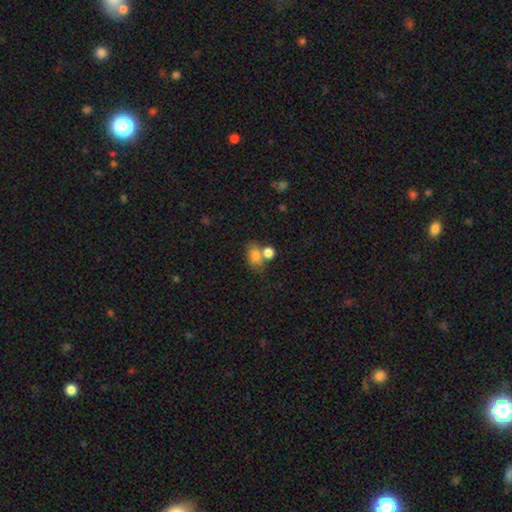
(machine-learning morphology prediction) Q: Smooth or featured?
A: smooth (78%); runner-up: featured or disk (12%)
Q: How rounded?
A: in between (74%); runner-up: round (24%)
Q: Merging?
A: merger (42%); runner-up: none (35%)